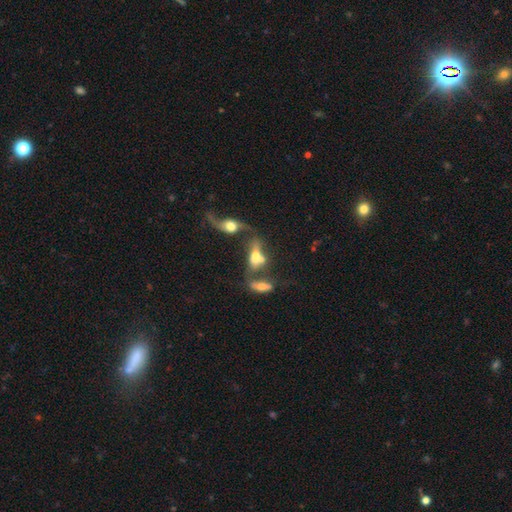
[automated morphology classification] Smooth or featured? Predicted: smooth (p=0.47). Merging? Predicted: merger (p=0.59).